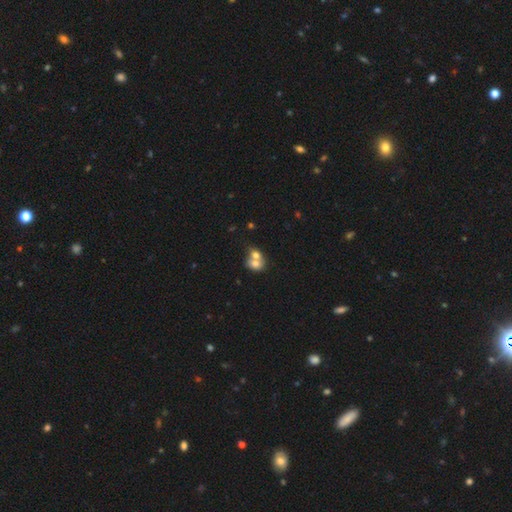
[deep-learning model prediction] This appears to be a smooth galaxy with no disk features (71%) that is in between round and cigar-shaped (50%). Merging: merger (70%).